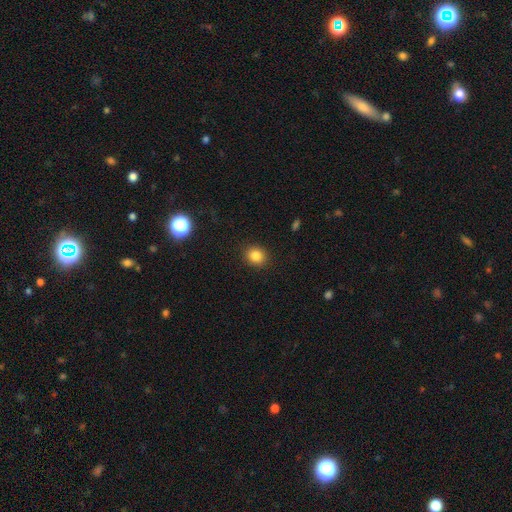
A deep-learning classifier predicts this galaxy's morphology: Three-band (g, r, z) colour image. It shows a smooth galaxy with no disk features (84%) that is round (78%). Merging: none (90%).